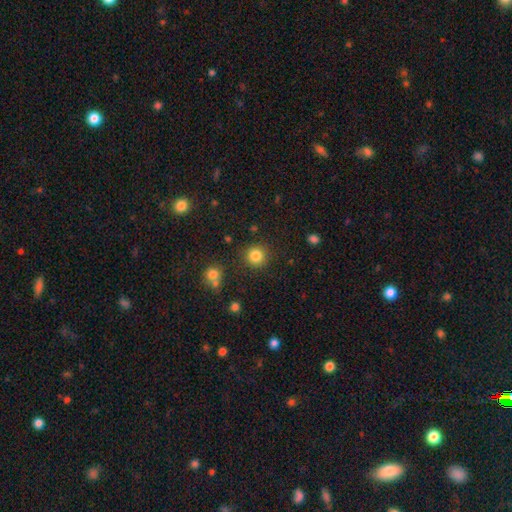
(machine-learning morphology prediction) Smooth or featured: smooth — 84% (star or artifact — 11%)
How rounded: round — 93% (in between — 6%)
Merging: none — 87% (minor disturbance — 7%)